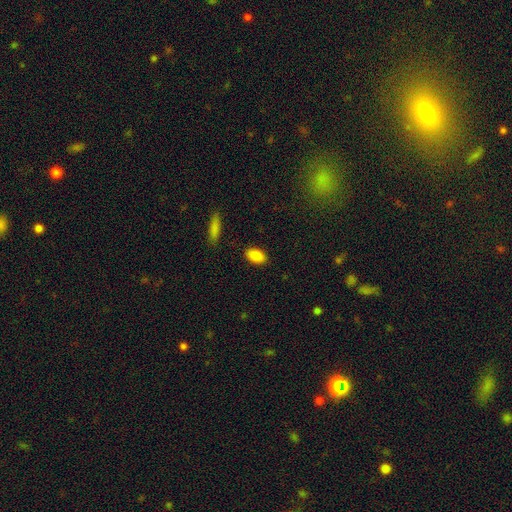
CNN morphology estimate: type=smooth (87%); roundness=in between (91%); merging=none (88%).